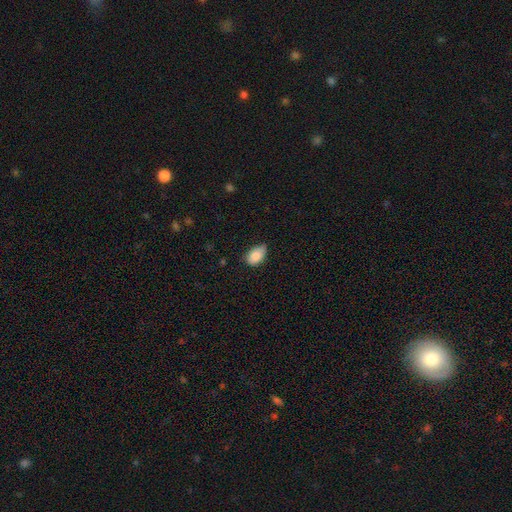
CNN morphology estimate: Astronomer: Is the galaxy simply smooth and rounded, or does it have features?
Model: smooth — 85%.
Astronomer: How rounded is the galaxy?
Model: in between — 90%.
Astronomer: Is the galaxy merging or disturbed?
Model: none — 58% (runner-up: minor disturbance, 36%).